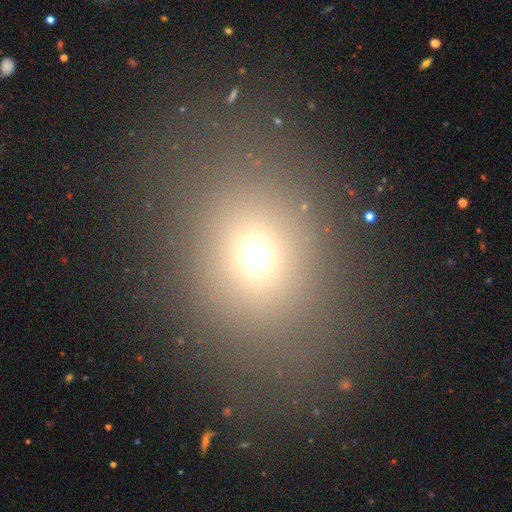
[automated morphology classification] smooth-or-featured: smooth: 67% | star or artifact: 22% | featured or disk: 10%
  how-rounded: round: 50% | in between: 49% | cigar-shaped: 2%
  merging: none: 80% | minor disturbance: 10% | major disturbance: 7% | merger: 3%